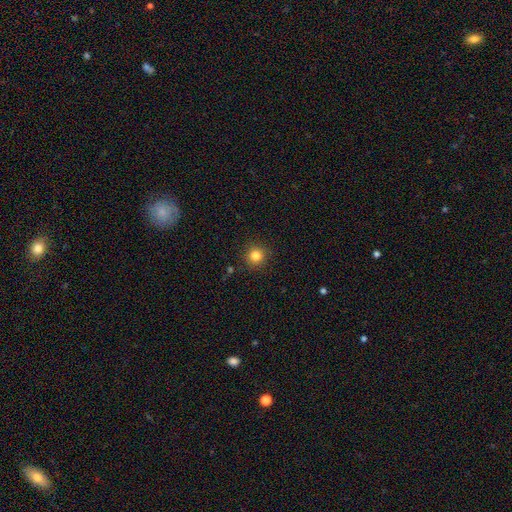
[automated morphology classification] This appears to be a smooth galaxy with no disk features (82%) that is round (94%). Merging: none (91%).